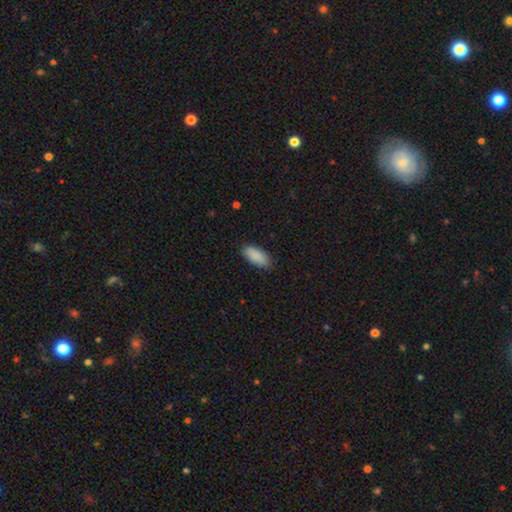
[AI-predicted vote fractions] smooth 90%, star or artifact 6%, featured or disk 4%. Down the decision tree: how rounded — in between (88%); merging — none (86%).